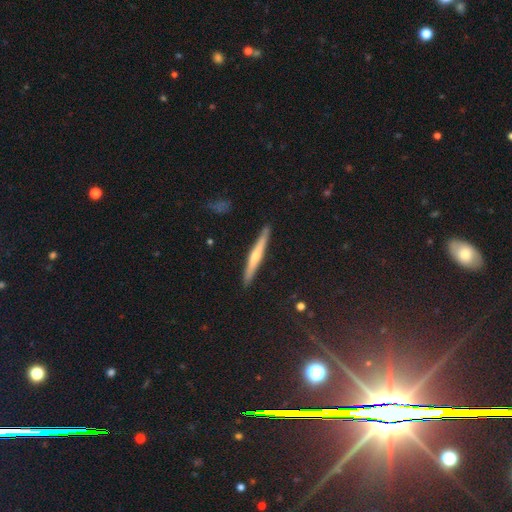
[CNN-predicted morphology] The model was most divided on "smooth or featured": featured or disk: 54%, smooth: 40%, star or artifact: 7%. More confident: edge-on disk — yes (96%); merging — none (90%); edge-on bulge — rounded (63%).